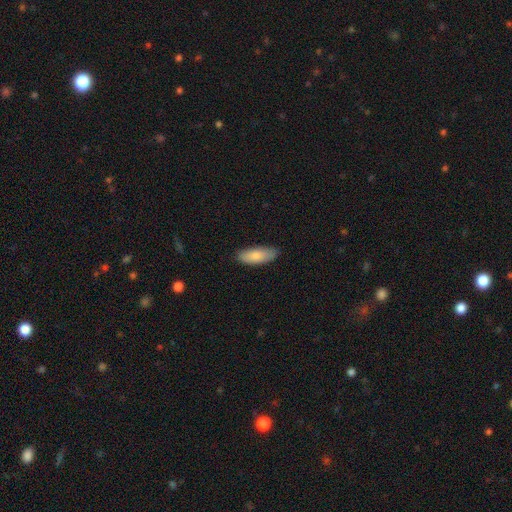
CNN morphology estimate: The model was most divided on "how rounded": in between: 74%, cigar-shaped: 24%, round: 2%. More confident: merging — none (83%); smooth or featured — smooth (82%).